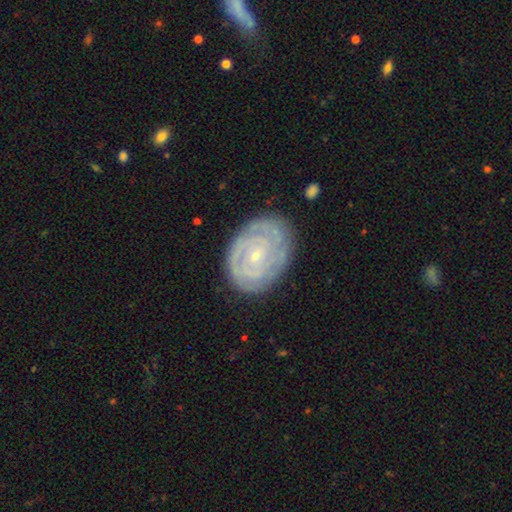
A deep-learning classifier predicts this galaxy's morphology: A featured or disk galaxy (84%) with no bar (73%), can't tell (30%, tied with 2) tight (81%) spiral arms (94%) and a small central bulge (84%). Merging: none (80%).